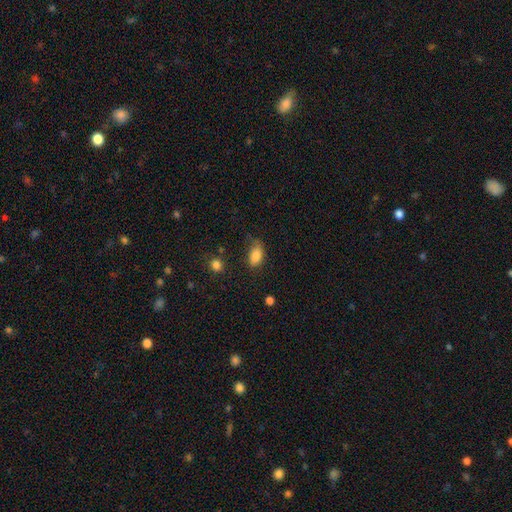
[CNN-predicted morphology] type=smooth (84%); roundness=in between (90%); merging=none (55%).